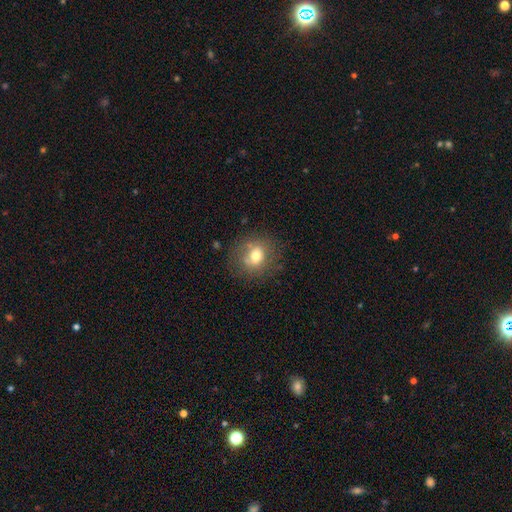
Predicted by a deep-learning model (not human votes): Morphology: type=smooth (69%); roundness=round (79%); merging=none (75%).